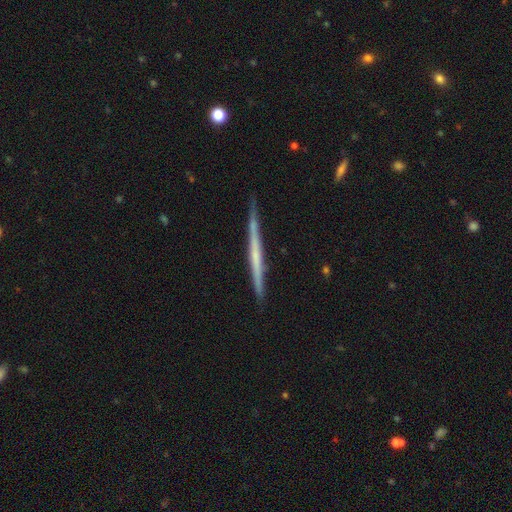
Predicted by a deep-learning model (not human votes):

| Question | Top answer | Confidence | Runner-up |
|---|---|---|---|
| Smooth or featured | featured or disk | 61% | smooth (33%) |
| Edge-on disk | yes | 98% | no (2%) |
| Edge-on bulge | none | 82% | rounded (12%) |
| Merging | none | 86% | minor disturbance (11%) |